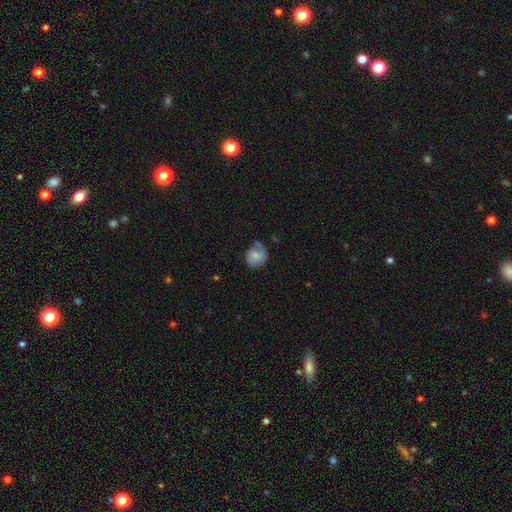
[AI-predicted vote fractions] This appears to be a smooth galaxy with no disk features (48%). Merging: none (50%).